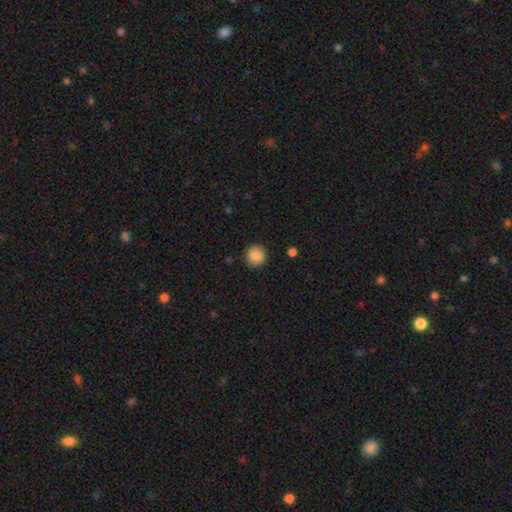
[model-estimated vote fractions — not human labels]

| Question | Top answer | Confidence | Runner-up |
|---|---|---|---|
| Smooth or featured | smooth | 89% | star or artifact (9%) |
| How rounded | round | 94% | in between (5%) |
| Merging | none | 91% | minor disturbance (6%) |